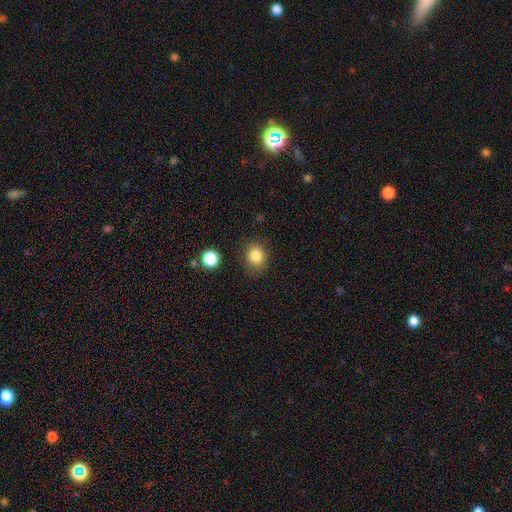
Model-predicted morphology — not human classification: Smooth or featured? Predicted: smooth (p=0.84). How rounded? Predicted: round (p=0.66). Merging? Predicted: none (p=0.84).